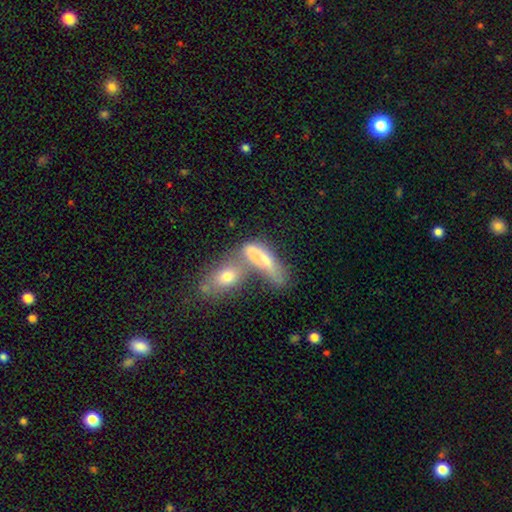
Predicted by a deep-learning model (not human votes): Smooth or featured?
  - smooth: 63% *
  - featured or disk: 27%
  - star or artifact: 10%
How rounded?
  - in between: 55% *
  - cigar-shaped: 39%
  - round: 6%
Merging?
  - merger: 56% *
  - none: 20%
  - major disturbance: 13%
  - minor disturbance: 11%